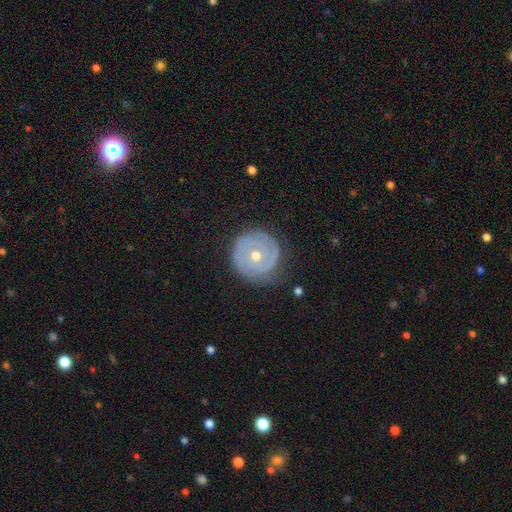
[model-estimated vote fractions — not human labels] The model was most divided on "spiral arm count": 2: 39%, can't tell: 27%, 3: 17%, 1: 7%, 4: 5%, more than 4: 4%. More confident: edge-on disk — no (97%); spiral arms — yes (87%); spiral winding — tight (81%); merging — none (80%); smooth or featured — featured or disk (80%); bar — no (79%); bulge size — moderate (60%).